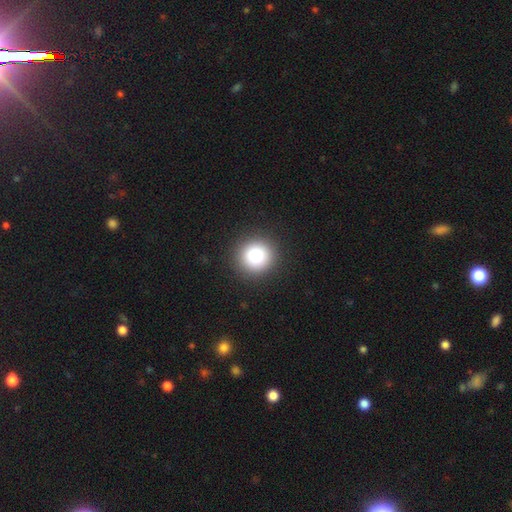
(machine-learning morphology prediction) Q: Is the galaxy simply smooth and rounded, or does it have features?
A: smooth — 79%.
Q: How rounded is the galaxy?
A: round — 94%.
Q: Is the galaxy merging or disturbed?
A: none — 92%.